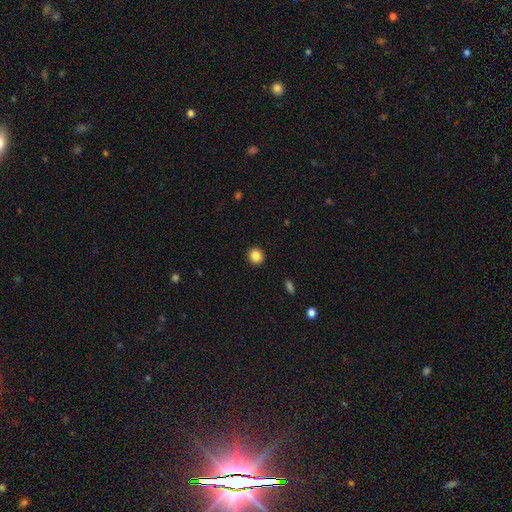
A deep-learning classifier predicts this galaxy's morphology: Smooth or featured? Predicted: smooth (p=0.86). How rounded? Predicted: round (p=0.87). Merging? Predicted: none (p=0.92).